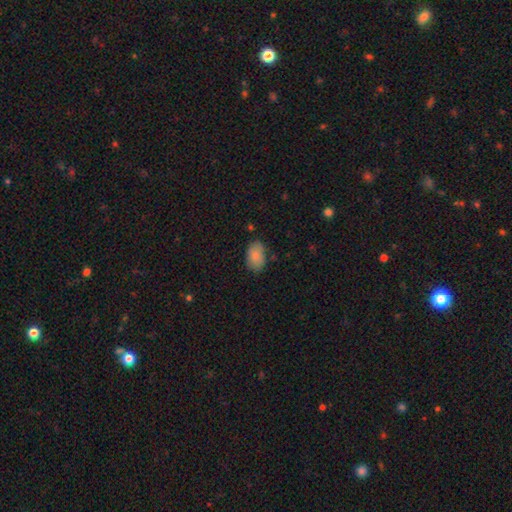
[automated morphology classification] A smooth galaxy with no disk features (87%) that is in between round and cigar-shaped (88%).

Vote fractions:
- Smooth or featured? smooth: 87% / star or artifact: 7% / featured or disk: 6%
- How rounded? in between: 88% / round: 10% / cigar-shaped: 1%
- Merging? none: 76% / minor disturbance: 18% / major disturbance: 4% / merger: 2%